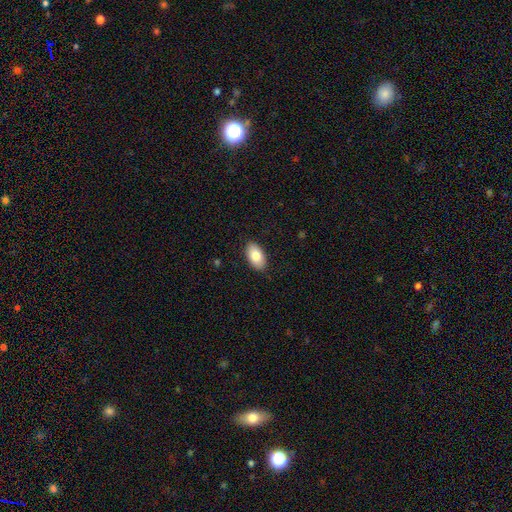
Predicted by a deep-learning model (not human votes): smooth 83%, featured or disk 11%, star or artifact 7%. Down the decision tree: how rounded — in between (94%); merging — none (88%).